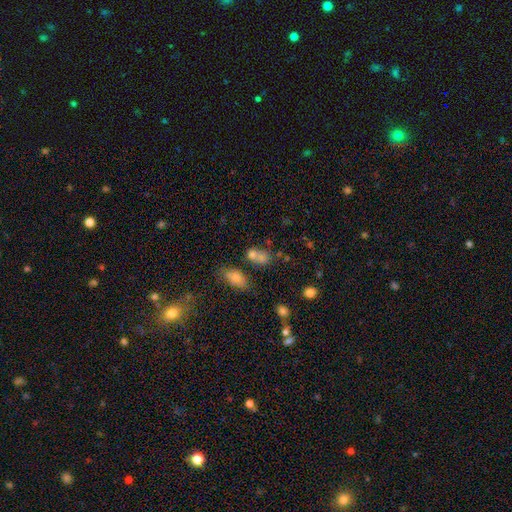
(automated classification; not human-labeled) The model was most divided on "merging": merger: 47%, none: 34%, minor disturbance: 12%, major disturbance: 6%. More confident: smooth or featured — smooth (73%); how rounded — in between (60%).